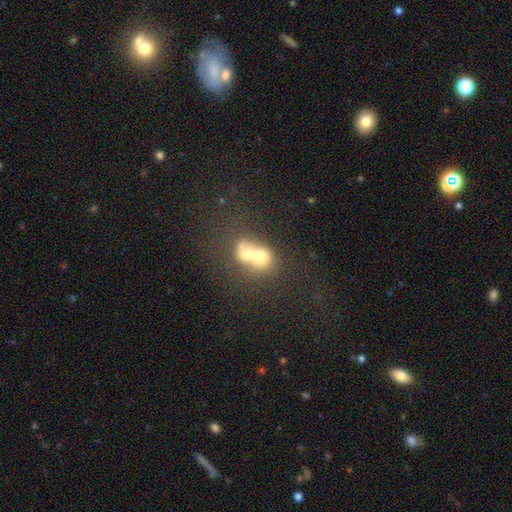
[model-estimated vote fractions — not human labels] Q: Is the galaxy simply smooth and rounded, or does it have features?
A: smooth — 57%.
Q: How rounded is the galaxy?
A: round — 55%.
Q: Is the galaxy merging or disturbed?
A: merger — 75%.